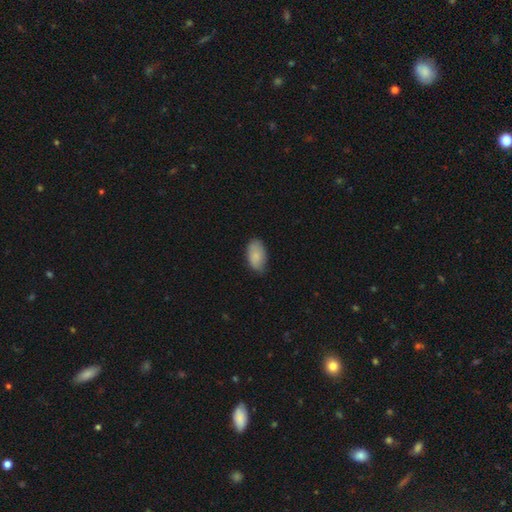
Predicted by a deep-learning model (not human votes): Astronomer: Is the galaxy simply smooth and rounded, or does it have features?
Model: smooth — 84%.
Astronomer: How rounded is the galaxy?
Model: in between — 94%.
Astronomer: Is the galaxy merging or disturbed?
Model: none — 75%.